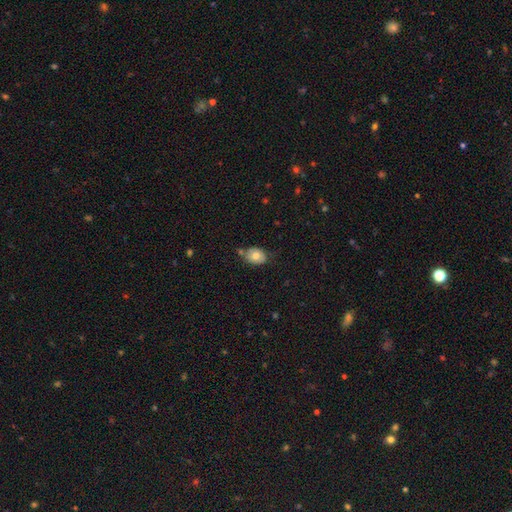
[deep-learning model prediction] Smooth or featured? Predicted: smooth (p=0.76). How rounded? Predicted: in between (p=0.66). Merging? Predicted: none (p=0.65).